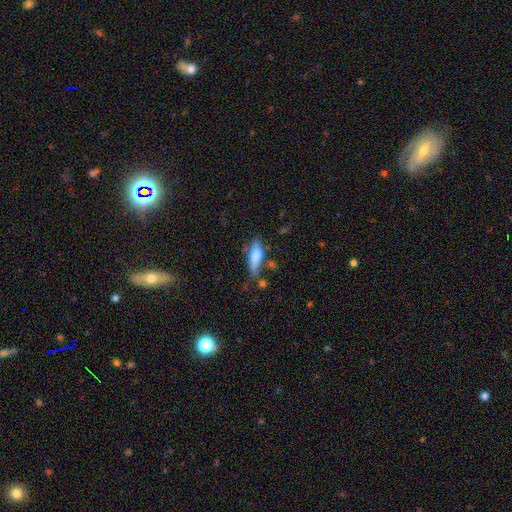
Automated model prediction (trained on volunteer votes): smooth 69%, featured or disk 23%, star or artifact 8%. Down the decision tree: how rounded — in between (57%); merging — none (49%).